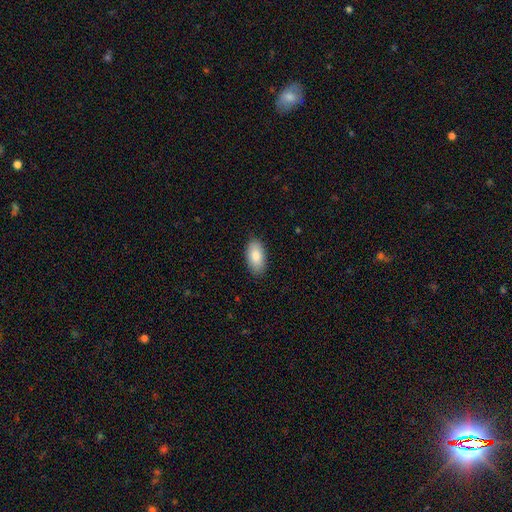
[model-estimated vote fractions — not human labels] Smooth or featured?
  - smooth: 86% *
  - featured or disk: 8%
  - star or artifact: 6%
How rounded?
  - in between: 94% *
  - cigar-shaped: 3%
  - round: 3%
Merging?
  - none: 88% *
  - minor disturbance: 9%
  - major disturbance: 2%
  - merger: 1%